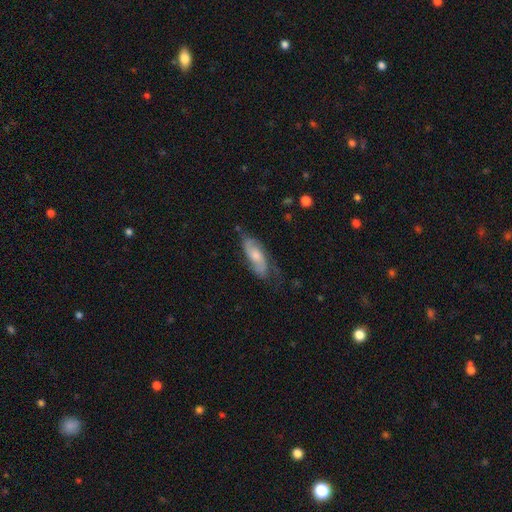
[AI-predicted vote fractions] This appears to be a featured or disk galaxy (54%). Merging: none (59%).